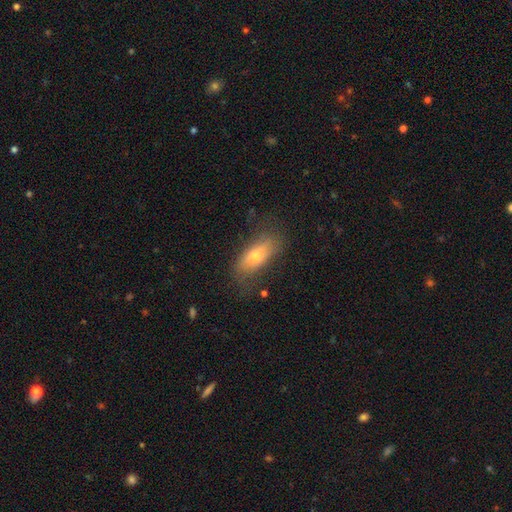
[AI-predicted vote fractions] A smooth galaxy with no disk features (62%) that is in between round and cigar-shaped (74%).

Vote fractions:
- Smooth or featured? smooth: 62% / featured or disk: 29% / star or artifact: 9%
- How rounded? in between: 74% / cigar-shaped: 22% / round: 4%
- Merging? none: 66% / minor disturbance: 22% / major disturbance: 10% / merger: 2%